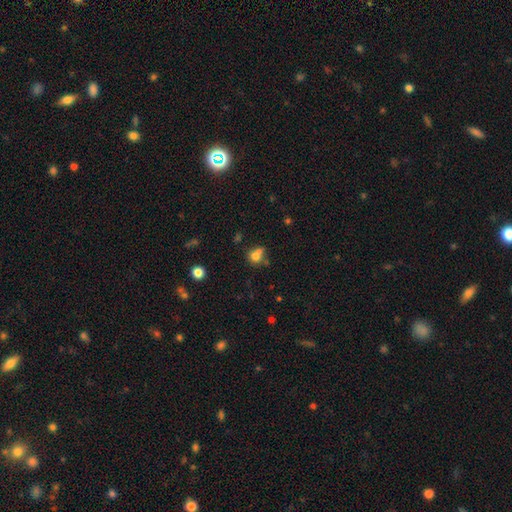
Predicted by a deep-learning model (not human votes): Smooth or featured? smooth (75%)
How rounded? round (75%)
Merging? none (45%)